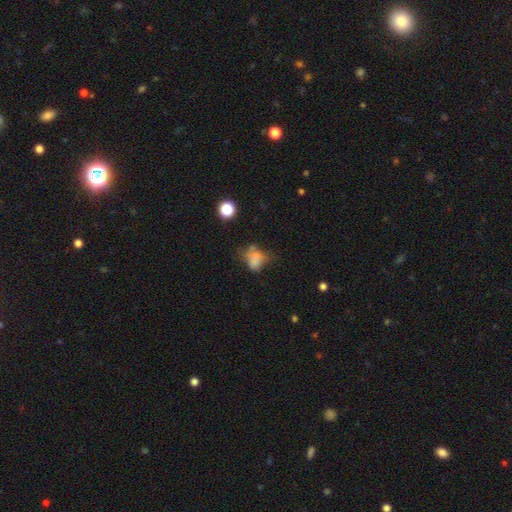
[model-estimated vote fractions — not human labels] Morphology: type=smooth (59%); roundness=in between (58%); merging=none (37%).